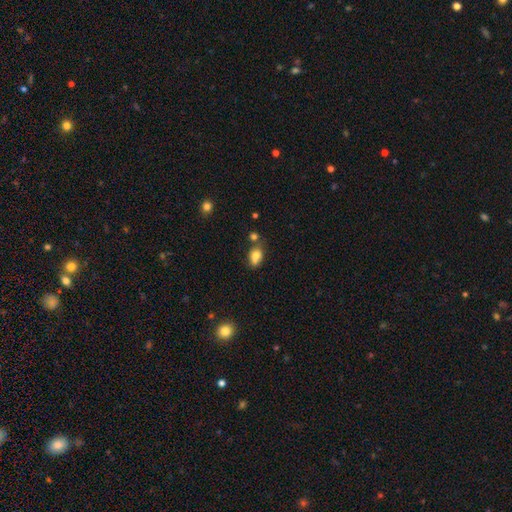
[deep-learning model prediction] Morphology: type=smooth (75%); roundness=in between (72%); merging=none (39%).